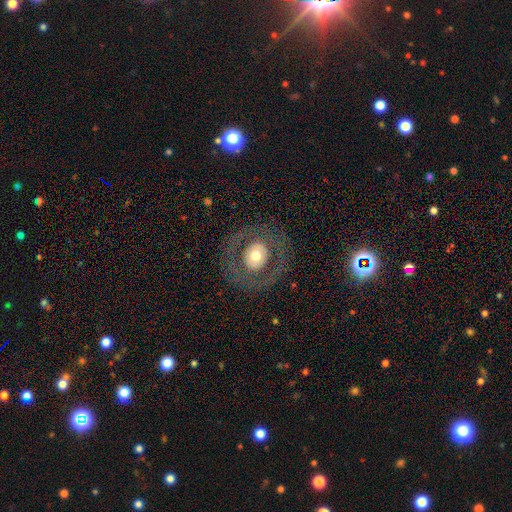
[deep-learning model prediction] Smooth or featured? smooth (48%)
Merging? none (81%)